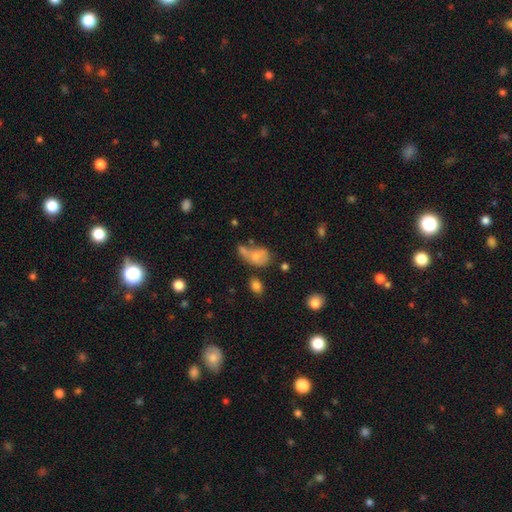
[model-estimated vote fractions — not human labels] smooth_or_featured: smooth (p=0.62) [alt: featured or disk p=0.26]
how_rounded: in between (p=0.75) [alt: round p=0.23]
merging: merger (p=0.32) [alt: none p=0.24]